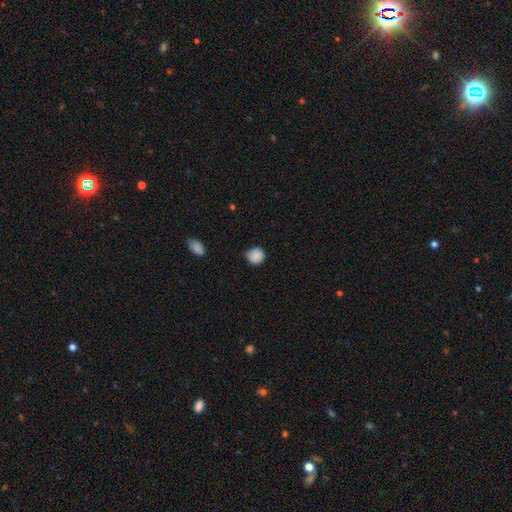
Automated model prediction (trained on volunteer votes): Smooth or featured? smooth (87%)
How rounded? round (85%)
Merging? none (62%)